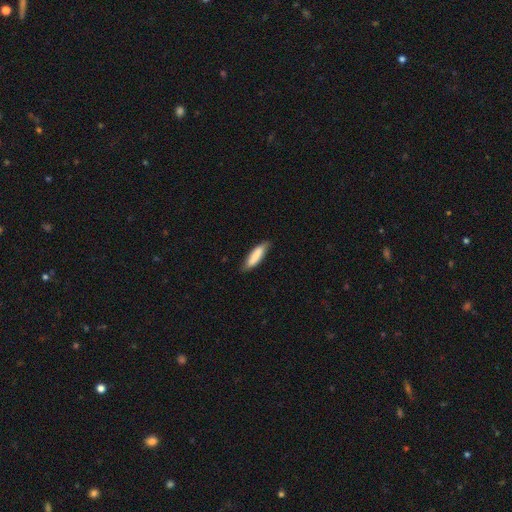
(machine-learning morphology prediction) smooth-or-featured: smooth: 82% | featured or disk: 13% | star or artifact: 6%
  how-rounded: cigar-shaped: 64% | in between: 34% | round: 1%
  merging: none: 76% | minor disturbance: 20% | major disturbance: 3% | merger: 1%